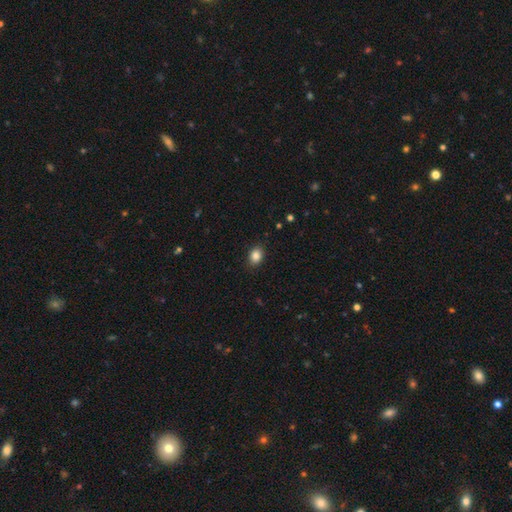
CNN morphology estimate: Smooth or featured? Predicted: smooth (p=0.86). How rounded? Predicted: in between (p=0.62). Merging? Predicted: none (p=0.88).